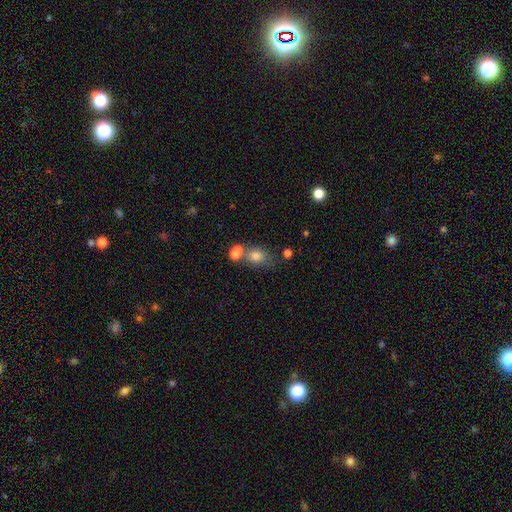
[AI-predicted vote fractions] This is likely a smooth galaxy (77%). How rounded: possibly in between (59%). Merging: marginally none (43%).